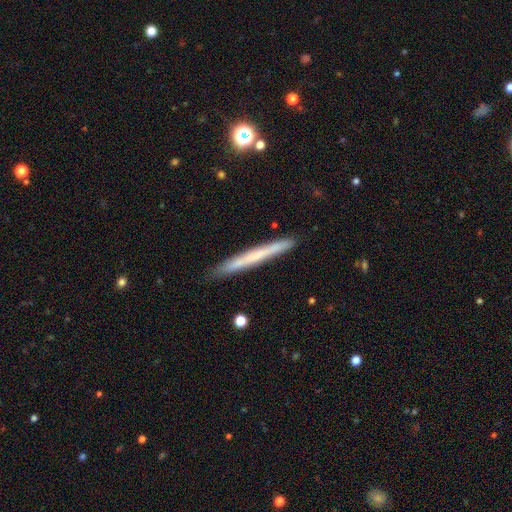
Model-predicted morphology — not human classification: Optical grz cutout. It shows a smooth galaxy with no disk features (52%) that is cigar-shaped (97%). Merging: none (90%).